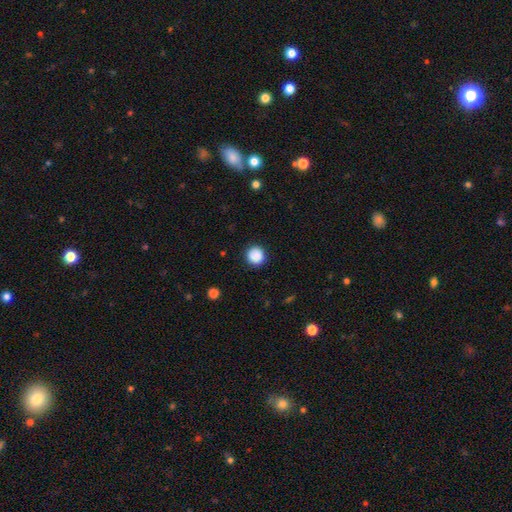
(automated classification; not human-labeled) smooth 89%, star or artifact 9%, featured or disk 3%. Down the decision tree: how rounded — round (93%); merging — none (91%).